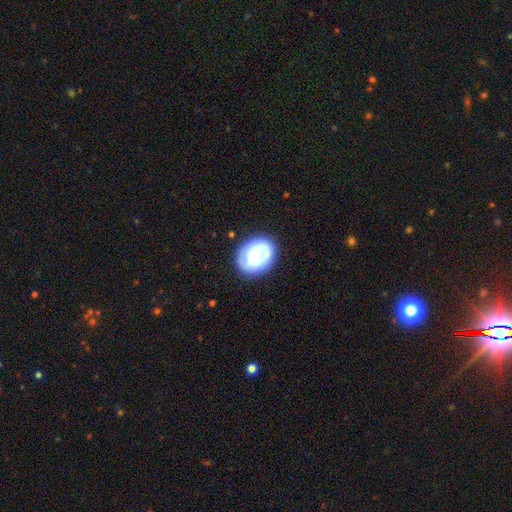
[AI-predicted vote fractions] Smooth or featured? Predicted: smooth (p=0.54). How rounded? Predicted: in between (p=0.51). Merging? Predicted: none (p=0.69).